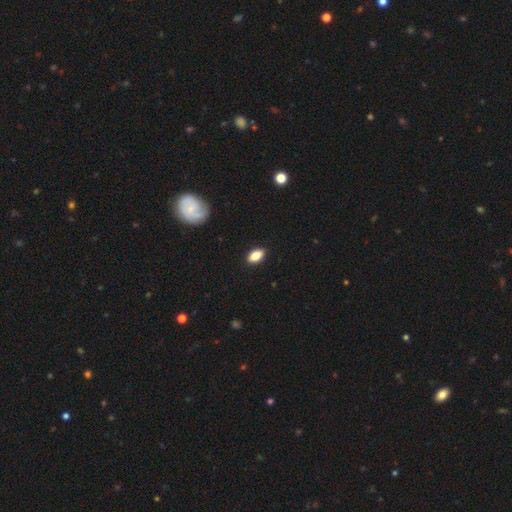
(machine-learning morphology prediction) smooth-or-featured: smooth: 80% | featured or disk: 12% | star or artifact: 8%
  how-rounded: in between: 88% | round: 8% | cigar-shaped: 4%
  merging: none: 88% | minor disturbance: 9% | major disturbance: 2% | merger: 1%